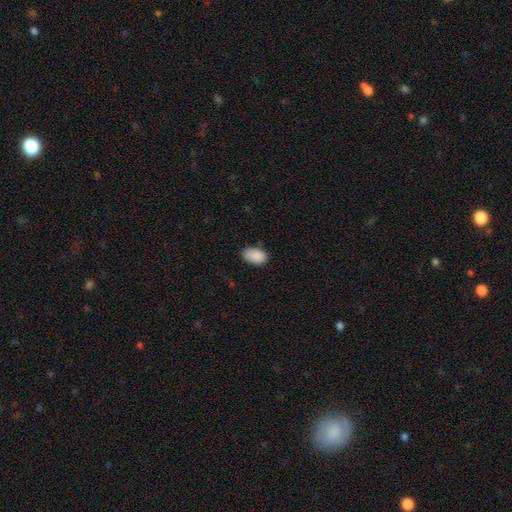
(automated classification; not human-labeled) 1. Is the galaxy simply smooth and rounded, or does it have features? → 90% smooth, 7% star or artifact, 3% featured or disk.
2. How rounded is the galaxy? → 93% in between, 6% round, 1% cigar-shaped.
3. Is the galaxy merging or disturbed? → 78% none, 17% minor disturbance, 3% major disturbance, 1% merger.